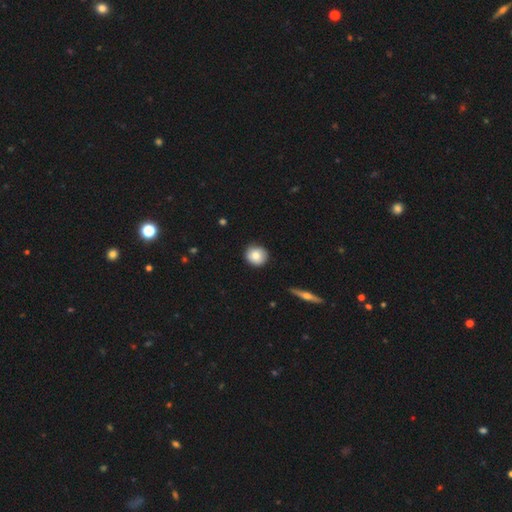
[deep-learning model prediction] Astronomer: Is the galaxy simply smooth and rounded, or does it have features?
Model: smooth — 79%.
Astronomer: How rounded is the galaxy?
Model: round — 92%.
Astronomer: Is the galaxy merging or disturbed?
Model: none — 85%.